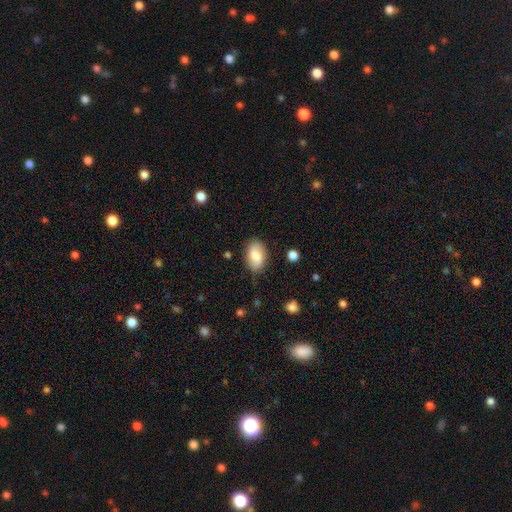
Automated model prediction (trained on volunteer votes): Smooth or featured?
  - smooth: 64% *
  - featured or disk: 29%
  - star or artifact: 7%
How rounded?
  - in between: 90% *
  - round: 9%
  - cigar-shaped: 2%
Merging?
  - none: 81% *
  - minor disturbance: 14%
  - major disturbance: 3%
  - merger: 2%